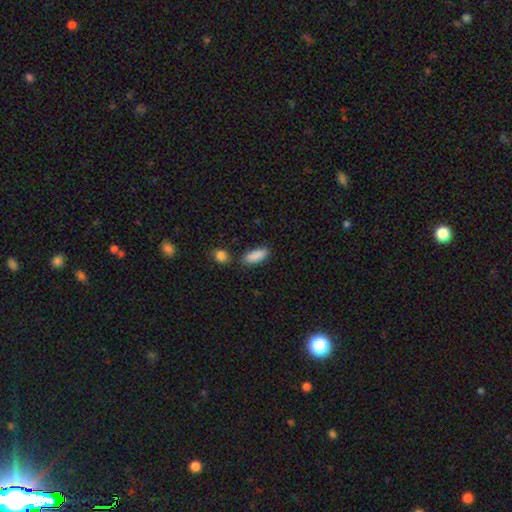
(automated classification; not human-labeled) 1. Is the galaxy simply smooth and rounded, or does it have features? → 89% smooth, 7% star or artifact, 4% featured or disk.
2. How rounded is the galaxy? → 75% in between, 23% cigar-shaped, 2% round.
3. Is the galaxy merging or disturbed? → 78% none, 12% minor disturbance, 6% merger, 3% major disturbance.